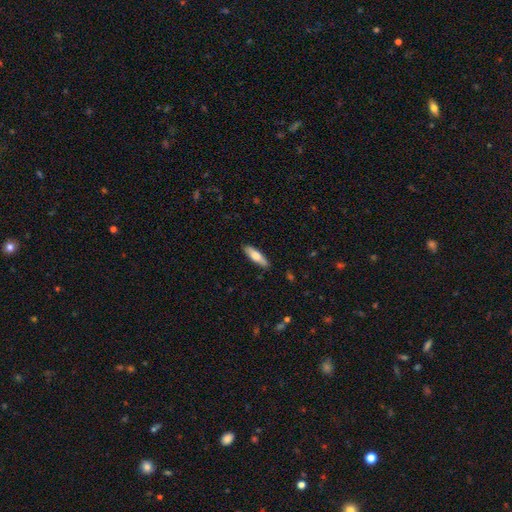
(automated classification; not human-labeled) This appears to be a smooth galaxy with no disk features (70%) that is cigar-shaped (60%). Merging: none (88%).